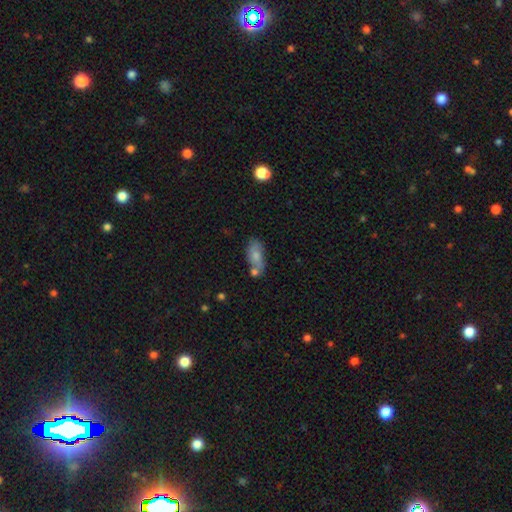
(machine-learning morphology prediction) smooth-or-featured: smooth: 69% | featured or disk: 23% | star or artifact: 8%
  how-rounded: in between: 88% | cigar-shaped: 7% | round: 5%
  merging: none: 47% | merger: 24% | minor disturbance: 21% | major disturbance: 7%